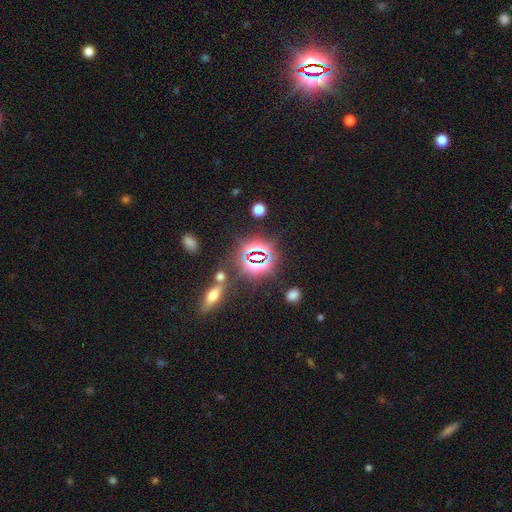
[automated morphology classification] star or artifact 69%, smooth 18%, featured or disk 13%.